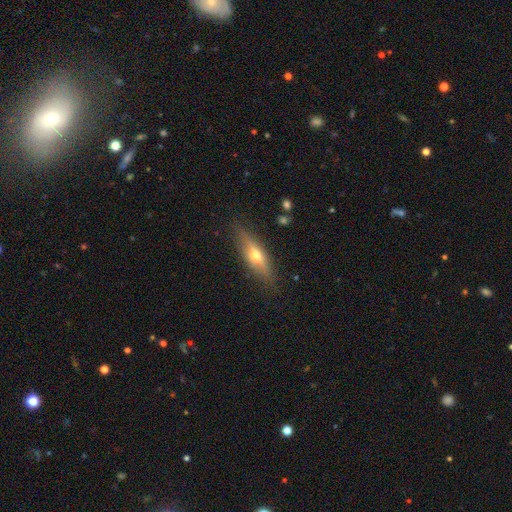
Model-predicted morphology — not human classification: A featured or disk galaxy (62%) viewed edge-on (90%) with a rounded central bulge (93%). Merging: none (84%).